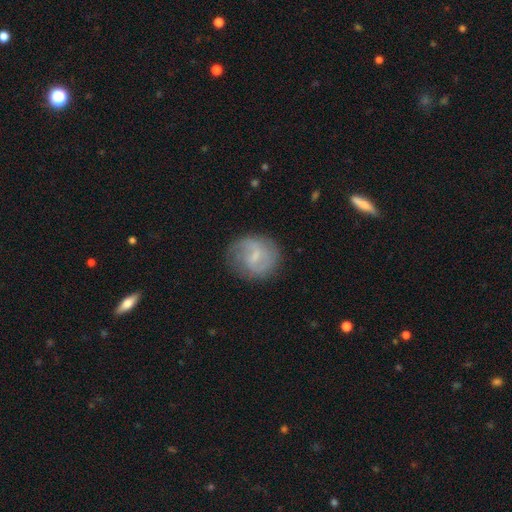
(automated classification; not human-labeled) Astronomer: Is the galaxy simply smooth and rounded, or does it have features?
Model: featured or disk — 54% (runner-up: smooth, 38%).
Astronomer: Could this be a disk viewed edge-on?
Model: no — 97%.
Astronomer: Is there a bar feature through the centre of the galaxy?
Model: weak — 60%.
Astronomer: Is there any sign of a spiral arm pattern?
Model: yes — 74%.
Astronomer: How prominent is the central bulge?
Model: small — 51%.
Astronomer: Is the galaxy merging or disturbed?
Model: none — 69%.